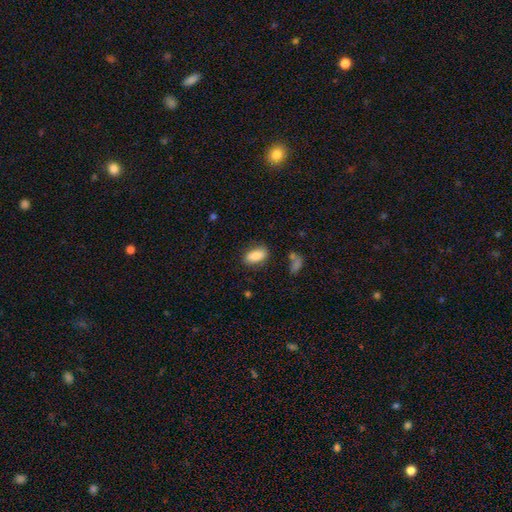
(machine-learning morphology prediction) A smooth galaxy with no disk features (85%) that is in between round and cigar-shaped (90%). Merging: none (79%).